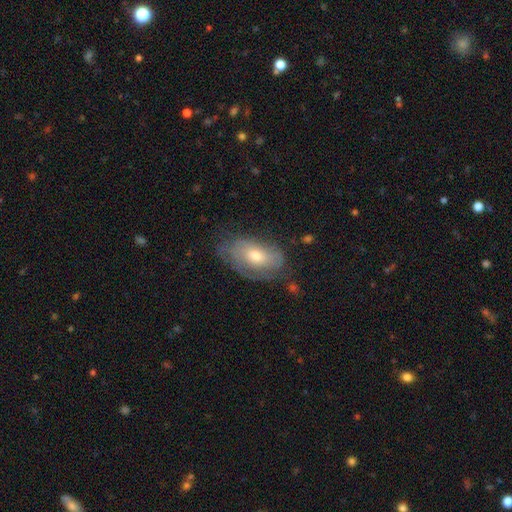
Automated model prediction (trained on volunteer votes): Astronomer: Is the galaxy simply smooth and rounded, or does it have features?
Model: featured or disk — 55% (runner-up: smooth, 38%).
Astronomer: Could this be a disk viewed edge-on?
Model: no — 92%.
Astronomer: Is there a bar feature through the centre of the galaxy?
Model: no — 76%.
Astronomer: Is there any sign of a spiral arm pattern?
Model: yes — 72%.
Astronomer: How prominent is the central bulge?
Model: moderate — 63%.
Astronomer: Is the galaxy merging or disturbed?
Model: none — 57%.